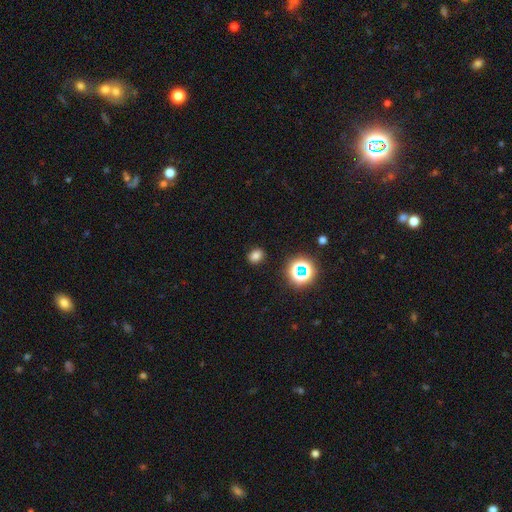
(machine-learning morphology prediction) The model was most divided on "how rounded": round: 53%, in between: 46%, cigar-shaped: 1%. More confident: merging — none (88%); smooth or featured — smooth (74%).